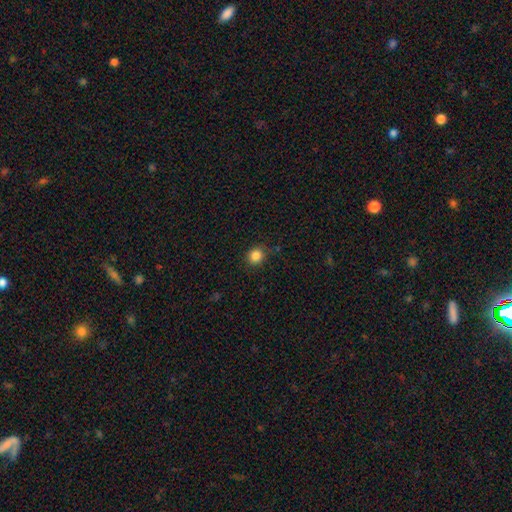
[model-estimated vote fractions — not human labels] The model was most divided on "how rounded": round: 82%, in between: 17%, cigar-shaped: 1%. More confident: smooth or featured — smooth (85%); merging — none (84%).